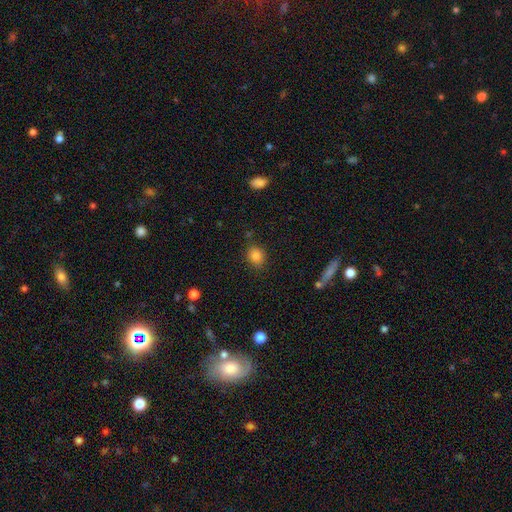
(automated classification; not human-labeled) smooth-or-featured: smooth: 85% | star or artifact: 11% | featured or disk: 5%
  how-rounded: round: 66% | in between: 33% | cigar-shaped: 1%
  merging: none: 82% | minor disturbance: 12% | major disturbance: 3% | merger: 3%